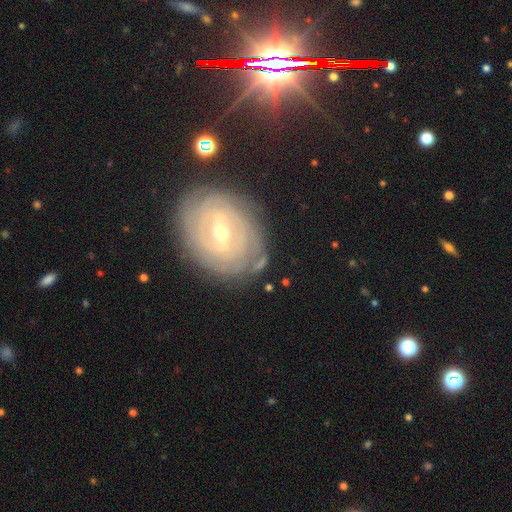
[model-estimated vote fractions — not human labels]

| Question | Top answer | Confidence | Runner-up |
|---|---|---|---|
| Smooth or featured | featured or disk | 83% | smooth (11%) |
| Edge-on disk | no | 95% | yes (5%) |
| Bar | weak | 47% | strong (36%) |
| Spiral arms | yes | 87% | no (13%) |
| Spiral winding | tight | 80% | medium (16%) |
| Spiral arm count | can't tell | 46% | 2 (21%) |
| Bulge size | small | 58% | moderate (39%) |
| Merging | none | 78% | minor disturbance (15%) |